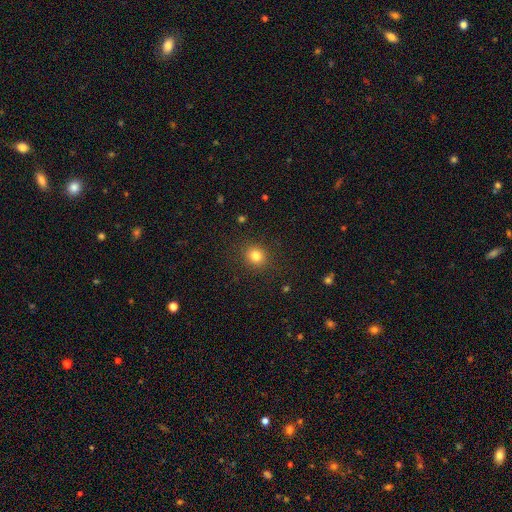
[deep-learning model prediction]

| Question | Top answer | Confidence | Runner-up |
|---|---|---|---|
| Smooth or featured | smooth | 81% | star or artifact (13%) |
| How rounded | round | 82% | in between (17%) |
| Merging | none | 89% | minor disturbance (7%) |